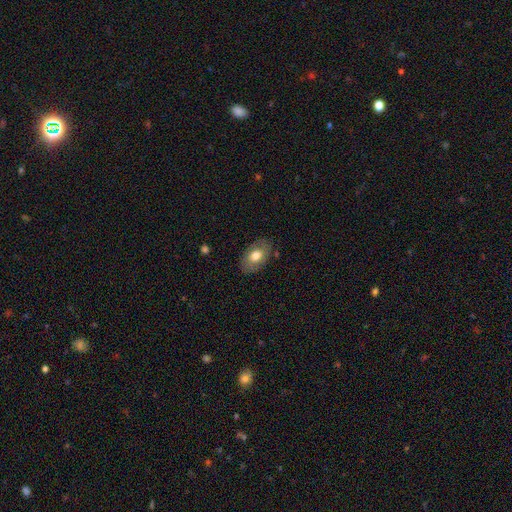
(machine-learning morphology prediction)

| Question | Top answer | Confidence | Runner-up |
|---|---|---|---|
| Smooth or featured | smooth | 69% | featured or disk (25%) |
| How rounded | in between | 89% | round (9%) |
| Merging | none | 83% | minor disturbance (13%) |